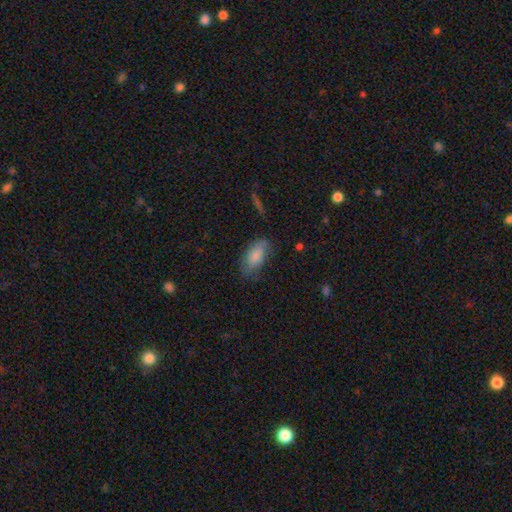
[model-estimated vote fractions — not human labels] The model was most divided on "merging": none: 62%, minor disturbance: 27%, major disturbance: 9%, merger: 2%. More confident: how rounded — in between (91%); smooth or featured — smooth (76%).